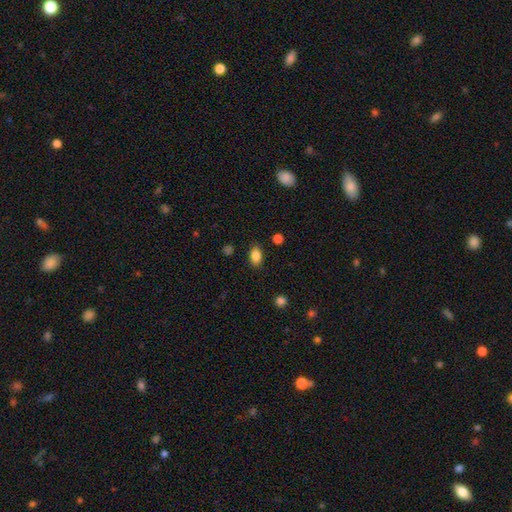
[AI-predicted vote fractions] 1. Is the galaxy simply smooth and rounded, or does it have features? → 85% smooth, 10% star or artifact, 5% featured or disk.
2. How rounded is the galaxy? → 84% in between, 14% round, 2% cigar-shaped.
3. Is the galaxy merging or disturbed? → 85% none, 11% minor disturbance, 3% major disturbance, 2% merger.